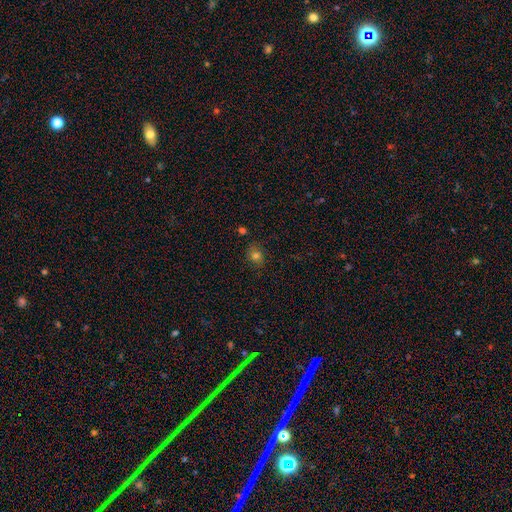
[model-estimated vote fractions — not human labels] A smooth galaxy with no disk features (75%) that is round (57%).

Vote fractions:
- Smooth or featured? smooth: 75% / star or artifact: 17% / featured or disk: 8%
- How rounded? round: 57% / in between: 42% / cigar-shaped: 1%
- Merging? none: 79% / minor disturbance: 15% / major disturbance: 4% / merger: 3%